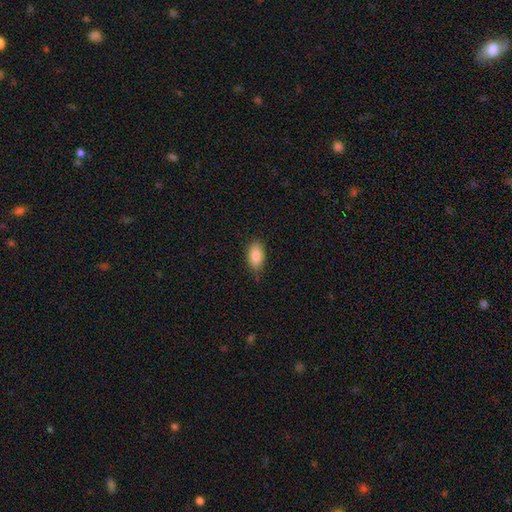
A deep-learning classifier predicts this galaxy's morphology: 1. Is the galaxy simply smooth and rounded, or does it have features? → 87% smooth, 7% star or artifact, 6% featured or disk.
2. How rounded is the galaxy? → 92% in between, 4% round, 4% cigar-shaped.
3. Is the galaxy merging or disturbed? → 75% none, 21% minor disturbance, 4% major disturbance, 1% merger.